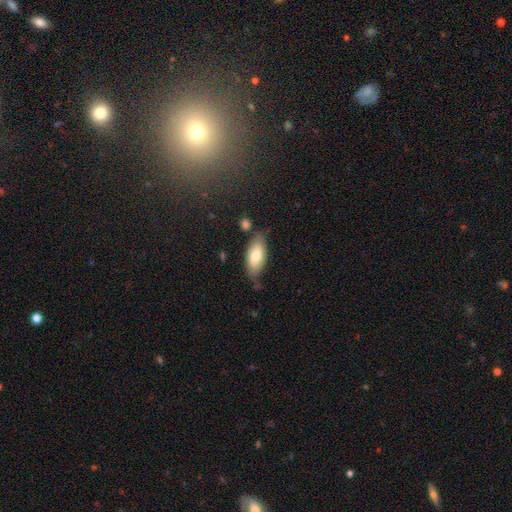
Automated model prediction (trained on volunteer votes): The model was most divided on "merging": none: 69%, minor disturbance: 21%, merger: 5%, major disturbance: 5%. More confident: how rounded — in between (87%); smooth or featured — smooth (73%).